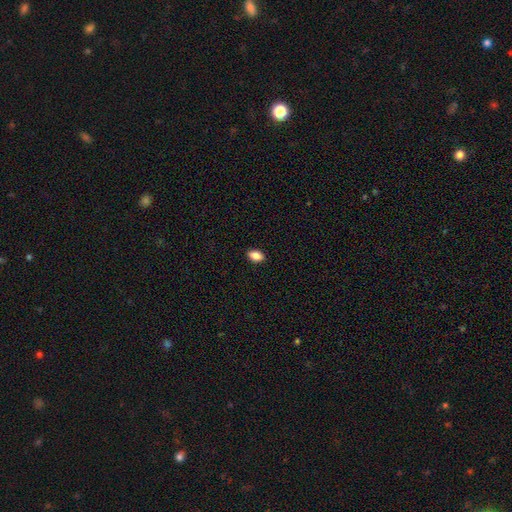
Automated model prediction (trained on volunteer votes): smooth-or-featured: smooth: 86% | star or artifact: 8% | featured or disk: 6%
  how-rounded: in between: 88% | round: 10% | cigar-shaped: 2%
  merging: none: 89% | minor disturbance: 8% | major disturbance: 2% | merger: 1%